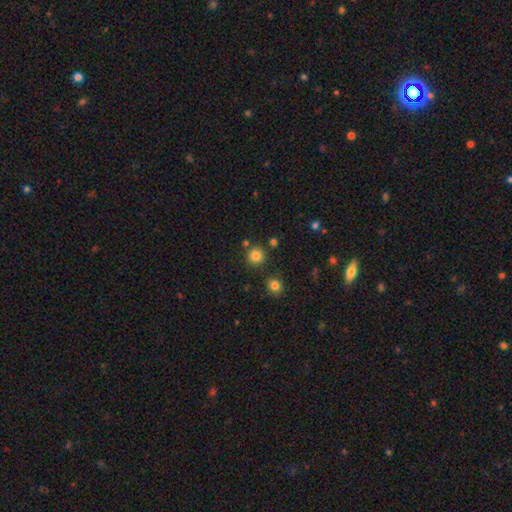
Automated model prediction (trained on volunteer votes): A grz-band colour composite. It shows a smooth galaxy with no disk features (83%) that is round (94%). Merging: none (84%).